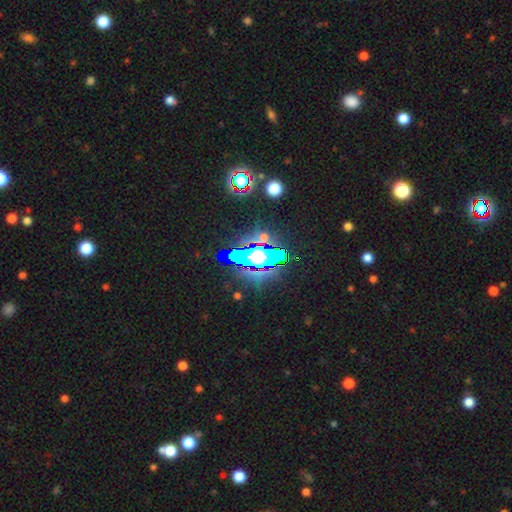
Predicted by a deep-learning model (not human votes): This is possibly a star or artifact rather than a galaxy (52%).